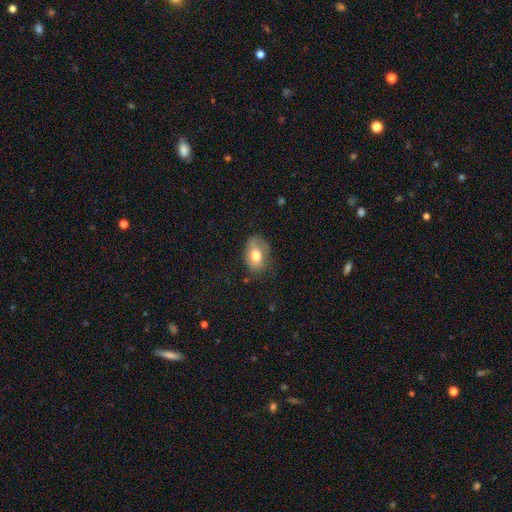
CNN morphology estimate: Overall: smooth (72%). How rounded: in between (85%). Merging: none (60%; minor disturbance 28%).